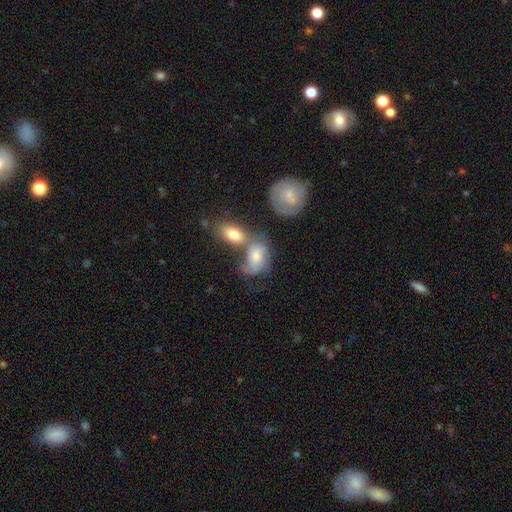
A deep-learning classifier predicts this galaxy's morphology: This is possibly a smooth galaxy (50%). How rounded: likely in between (77%). Merging: marginally merger (43%).